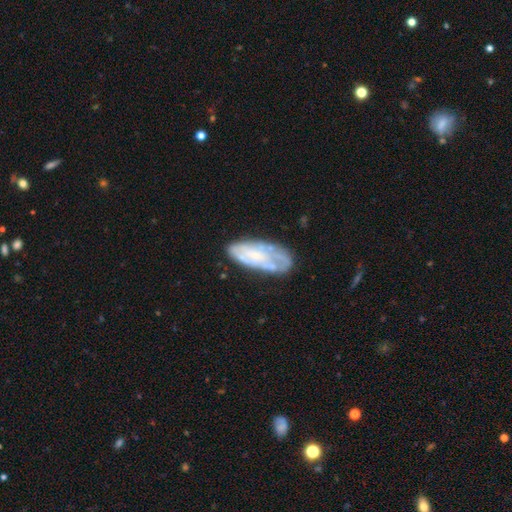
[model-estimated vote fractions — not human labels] The model was most divided on "spiral arms": no: 51%, yes: 49%. More confident: edge-on disk — no (91%); bar — no (78%); bulge size — small (59%); merging — none (56%); smooth or featured — featured or disk (56%).